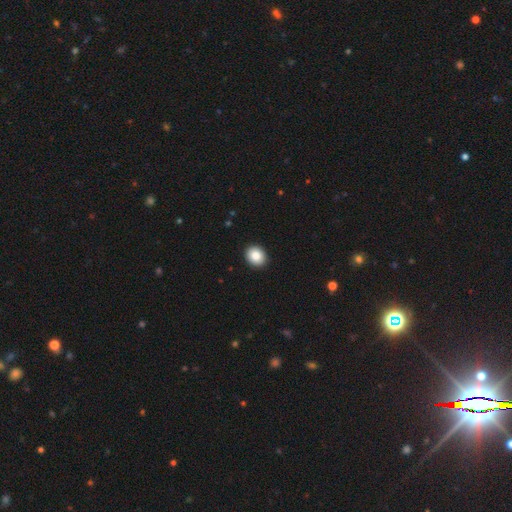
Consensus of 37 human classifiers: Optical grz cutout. It shows a smooth galaxy with no disk features (97%) that is round (64%). Merging: none (92%).